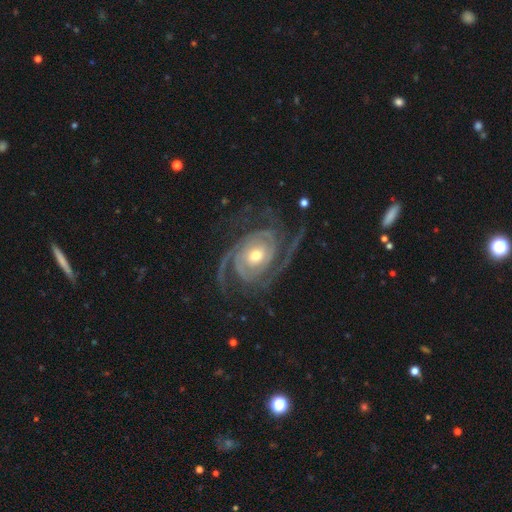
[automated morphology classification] Smooth or featured? Predicted: featured or disk (p=0.93). Edge-on disk? Predicted: no (p=0.97). Bar? Predicted: no (p=0.67). Spiral arms? Predicted: yes (p=0.98). Spiral winding? Predicted: tight (p=0.57). Spiral arm count? Predicted: 2 (p=0.47). Bulge size? Predicted: moderate (p=0.64). Merging? Predicted: none (p=0.68).